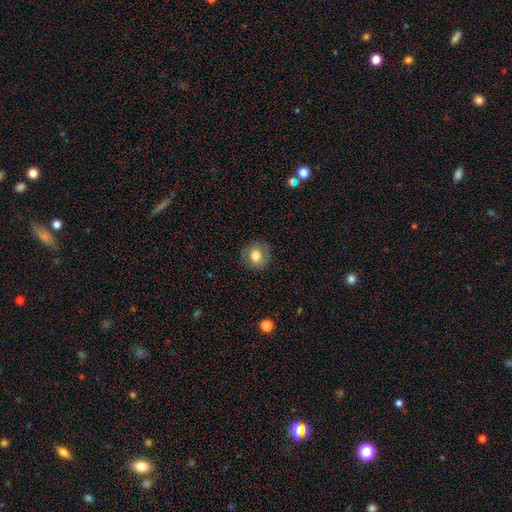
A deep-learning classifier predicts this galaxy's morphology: smooth_or_featured: smooth (p=0.72) [alt: featured or disk p=0.19]
how_rounded: round (p=0.81) [alt: in between p=0.18]
merging: none (p=0.84) [alt: minor disturbance p=0.12]